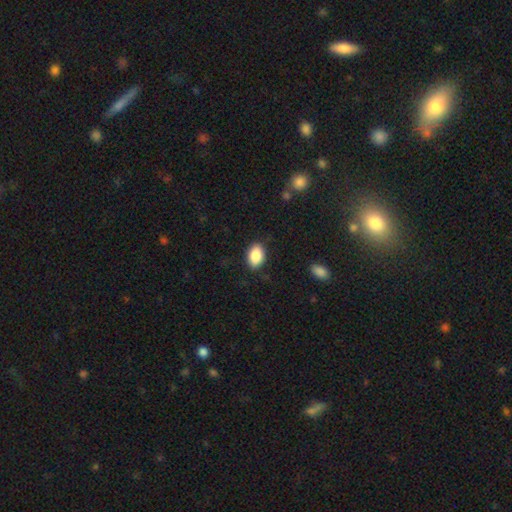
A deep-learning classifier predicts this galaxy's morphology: The model was most divided on "merging": none: 86%, minor disturbance: 11%, major disturbance: 3%, merger: 1%. More confident: smooth or featured — smooth (88%); how rounded — in between (88%).